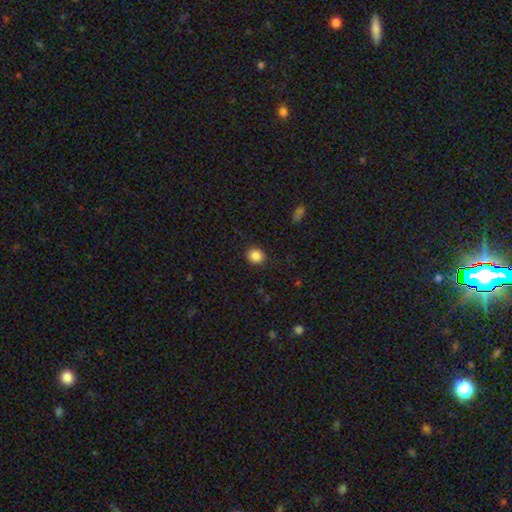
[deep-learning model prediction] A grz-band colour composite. It shows a smooth galaxy with no disk features (87%) that is round (78%). Merging: none (90%).